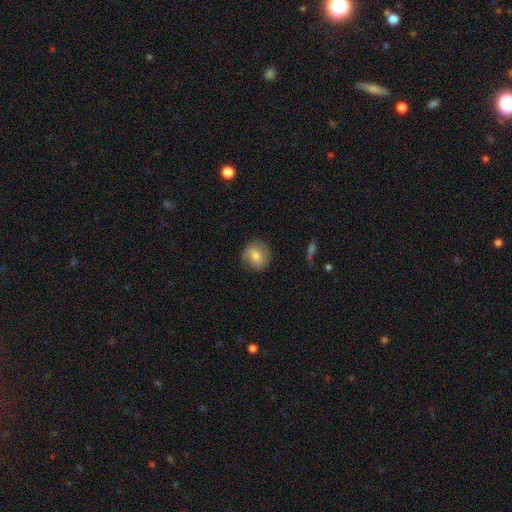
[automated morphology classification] The model was most divided on "smooth or featured": smooth: 73%, featured or disk: 19%, star or artifact: 8%. More confident: how rounded — round (79%); merging — none (78%).